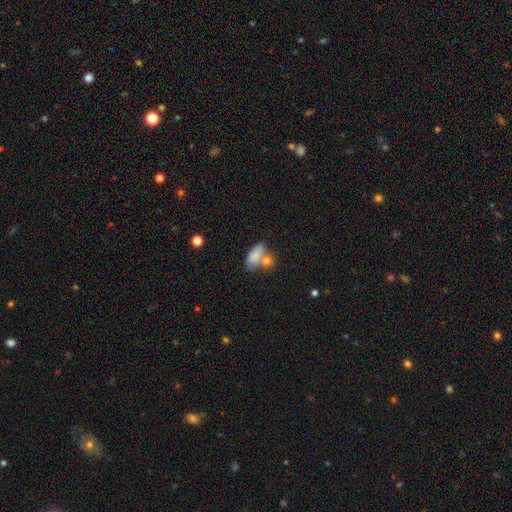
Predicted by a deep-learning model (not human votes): smooth 81%, featured or disk 11%, star or artifact 7%. Down the decision tree: how rounded — in between (89%); merging — merger (41%).